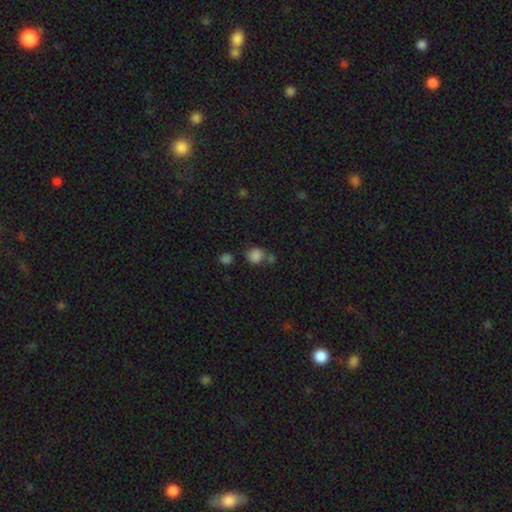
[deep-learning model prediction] Q: Smooth or featured?
A: smooth (81%); runner-up: star or artifact (13%)
Q: How rounded?
A: round (75%); runner-up: in between (24%)
Q: Merging?
A: none (57%); runner-up: merger (21%)